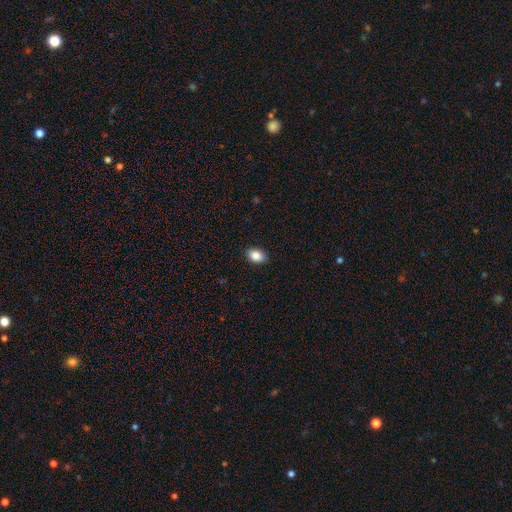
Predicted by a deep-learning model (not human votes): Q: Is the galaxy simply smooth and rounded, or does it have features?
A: smooth — 87%.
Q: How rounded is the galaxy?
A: in between — 84%.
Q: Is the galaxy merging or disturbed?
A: none — 89%.